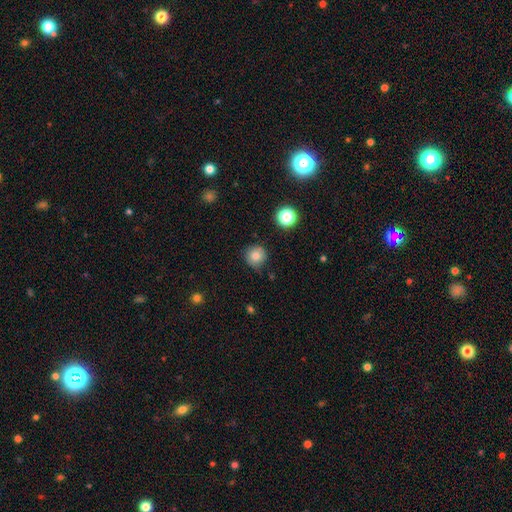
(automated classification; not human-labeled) Q: Smooth or featured?
A: smooth (80%); runner-up: star or artifact (12%)
Q: How rounded?
A: round (94%); runner-up: in between (5%)
Q: Merging?
A: none (81%); runner-up: minor disturbance (14%)